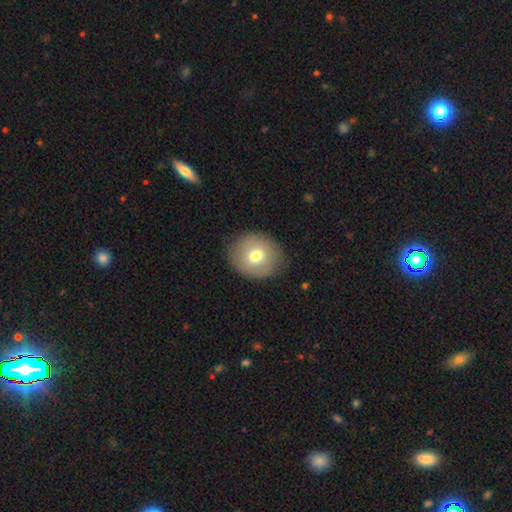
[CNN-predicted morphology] type=smooth (70%); roundness=round (77%); merging=none (85%).